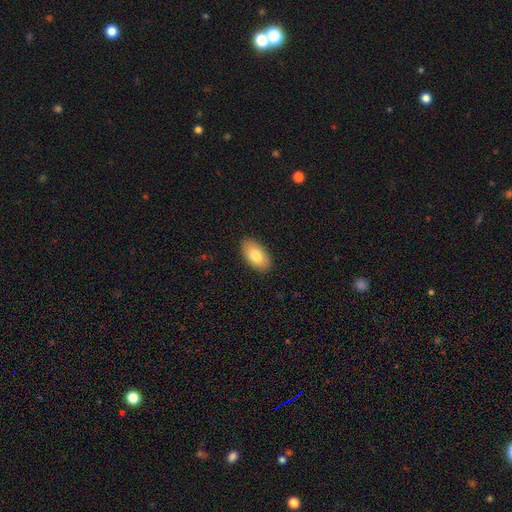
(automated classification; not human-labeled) Smooth or featured?
  - smooth: 80% *
  - featured or disk: 14%
  - star or artifact: 6%
How rounded?
  - in between: 94% *
  - round: 3%
  - cigar-shaped: 2%
Merging?
  - none: 88% *
  - minor disturbance: 9%
  - major disturbance: 2%
  - merger: 1%